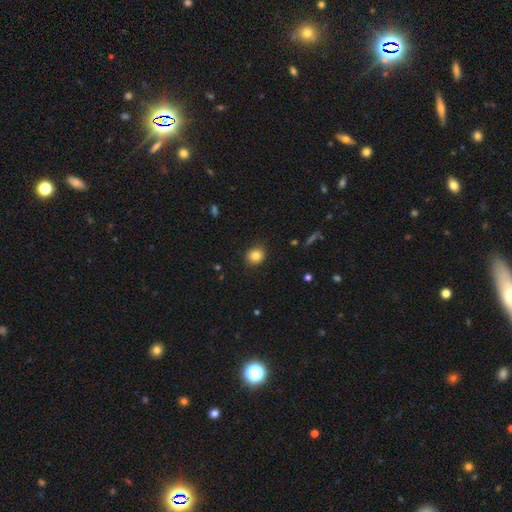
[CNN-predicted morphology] A smooth galaxy with no disk features (83%) that is round (78%).

Vote fractions:
- Smooth or featured? smooth: 83% / star or artifact: 10% / featured or disk: 6%
- How rounded? round: 78% / in between: 21% / cigar-shaped: 1%
- Merging? none: 86% / minor disturbance: 10% / major disturbance: 2% / merger: 1%